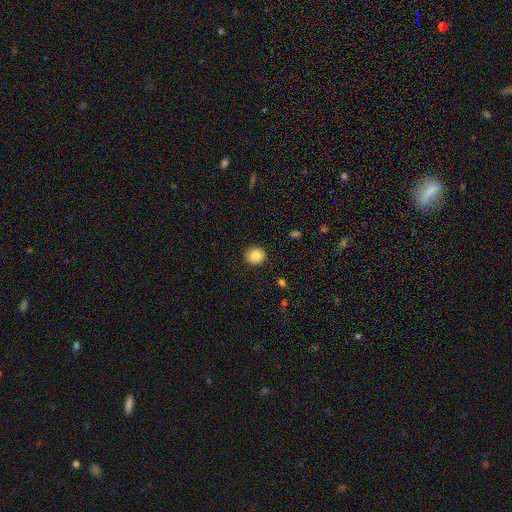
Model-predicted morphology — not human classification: Smooth or featured?
  - smooth: 86% *
  - star or artifact: 9%
  - featured or disk: 4%
How rounded?
  - round: 88% *
  - in between: 11%
  - cigar-shaped: 1%
Merging?
  - none: 89% *
  - minor disturbance: 7%
  - major disturbance: 2%
  - merger: 1%